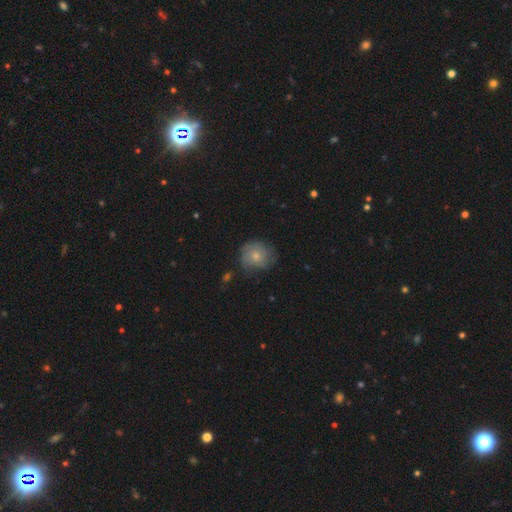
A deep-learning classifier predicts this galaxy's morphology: A smooth galaxy with no disk features (63%) that is round (83%).

Vote fractions:
- Smooth or featured? smooth: 63% / featured or disk: 30% / star or artifact: 7%
- How rounded? round: 83% / in between: 16% / cigar-shaped: 1%
- Merging? none: 67% / minor disturbance: 24% / major disturbance: 7% / merger: 2%